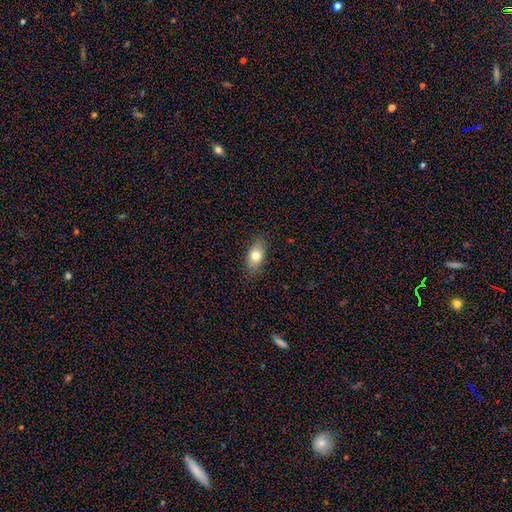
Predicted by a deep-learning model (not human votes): A smooth galaxy with no disk features (75%) that is in between round and cigar-shaped (84%). Merging: none (83%).